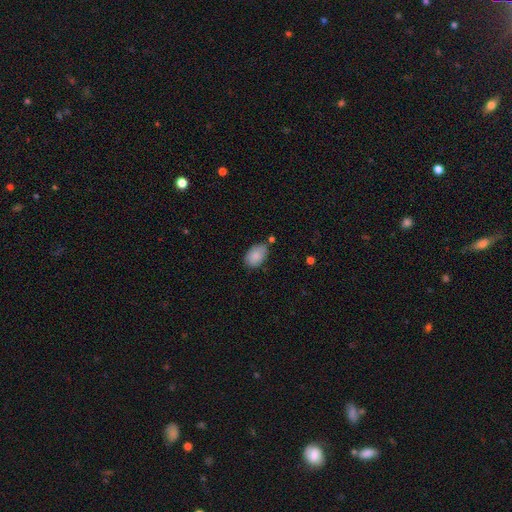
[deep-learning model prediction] A smooth galaxy with no disk features (87%) that is in between round and cigar-shaped (91%). Merging: none (72%).